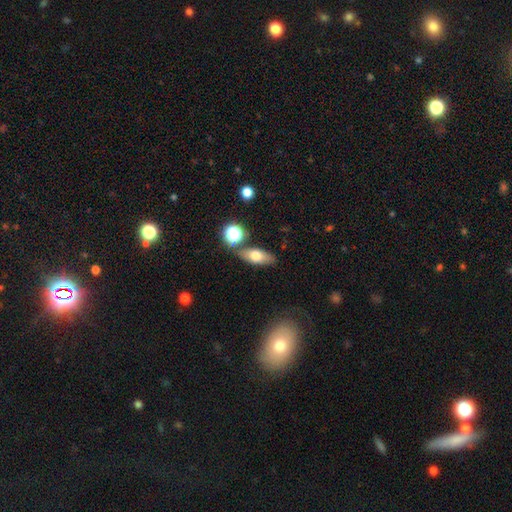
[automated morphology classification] This is likely a smooth galaxy (66%). How rounded: likely in between (75%). Merging: likely none (76%).